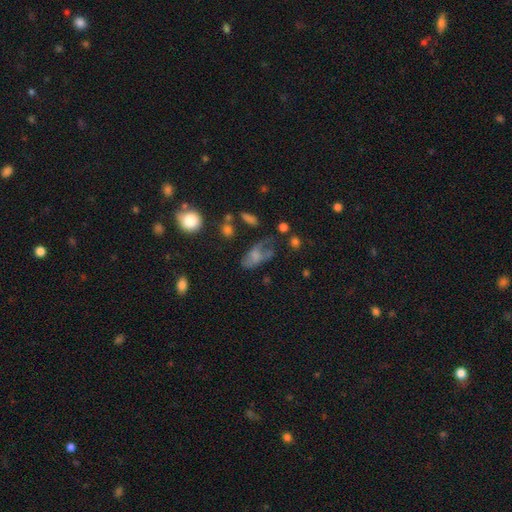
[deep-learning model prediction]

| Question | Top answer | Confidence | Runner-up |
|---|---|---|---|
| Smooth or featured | smooth | 57% | featured or disk (32%) |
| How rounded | in between | 86% | round (8%) |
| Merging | major disturbance | 34% | none (31%) |